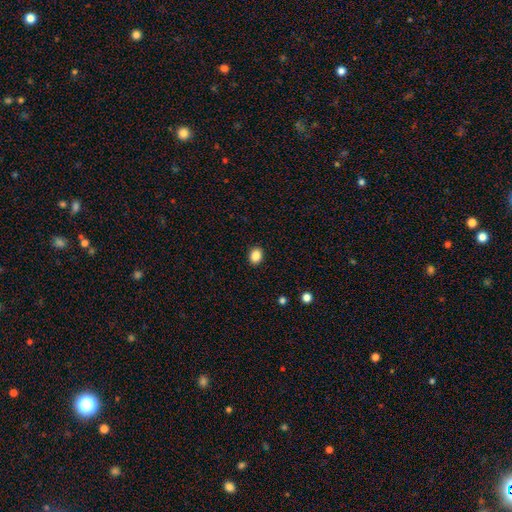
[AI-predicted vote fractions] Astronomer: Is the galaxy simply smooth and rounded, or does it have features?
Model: smooth — 87%.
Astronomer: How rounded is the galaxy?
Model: in between — 52% (runner-up: round, 47%).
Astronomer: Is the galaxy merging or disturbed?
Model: none — 91%.